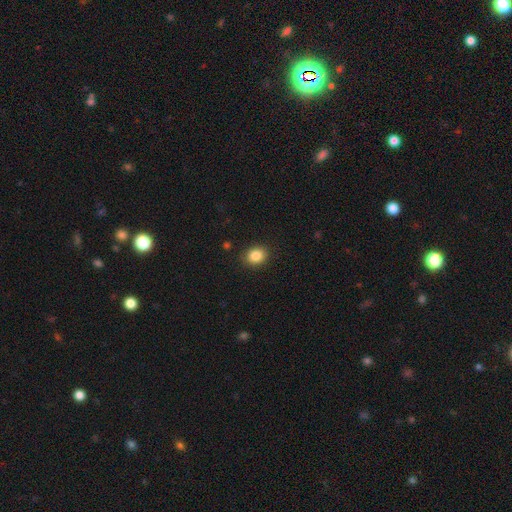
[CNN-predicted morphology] type=smooth (86%); roundness=round (63%); merging=none (89%).